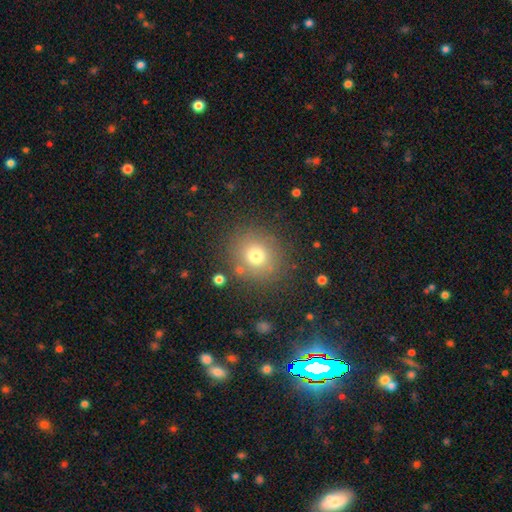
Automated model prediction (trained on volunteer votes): This is likely a smooth galaxy (73%). How rounded: clearly round (82%). Merging: clearly none (81%).